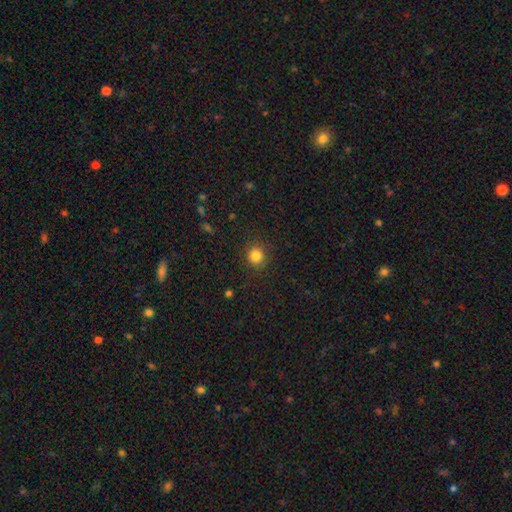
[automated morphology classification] This appears to be a smooth galaxy with no disk features (83%) that is round (92%). Merging: none (88%).